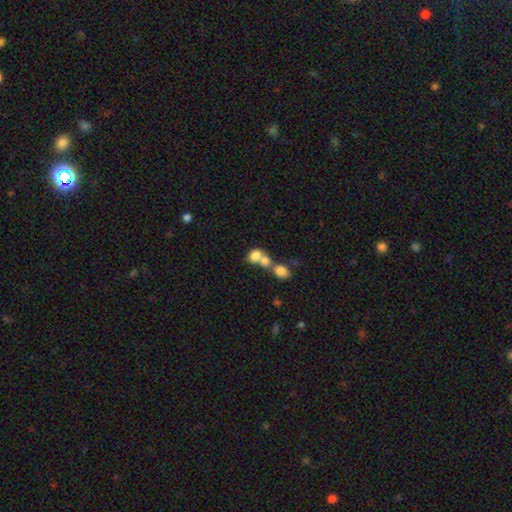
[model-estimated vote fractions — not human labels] This appears to be a smooth galaxy with no disk features (76%) that is in between round and cigar-shaped (56%). Merging: merger (67%).